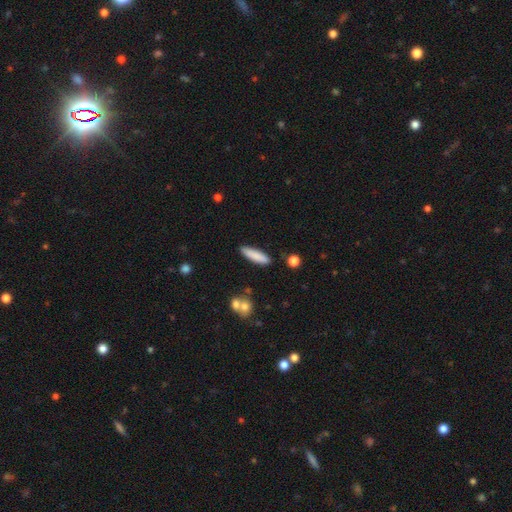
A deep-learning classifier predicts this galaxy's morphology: Q: Smooth or featured?
A: smooth (84%); runner-up: featured or disk (10%)
Q: How rounded?
A: cigar-shaped (73%); runner-up: in between (26%)
Q: Merging?
A: none (86%); runner-up: minor disturbance (9%)